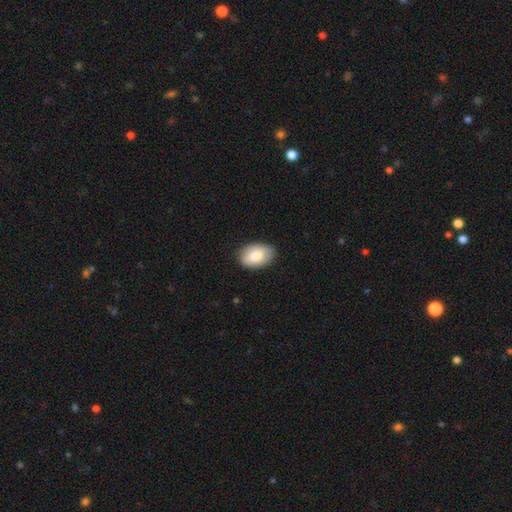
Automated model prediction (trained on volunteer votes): The model was most divided on "smooth or featured": smooth: 80%, featured or disk: 14%, star or artifact: 6%. More confident: how rounded — in between (91%); merging — none (82%).